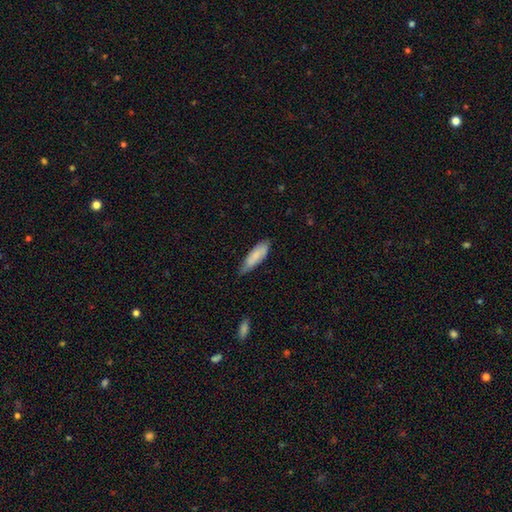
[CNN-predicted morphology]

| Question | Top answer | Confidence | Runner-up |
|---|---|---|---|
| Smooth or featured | smooth | 78% | featured or disk (16%) |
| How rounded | in between | 53% | cigar-shaped (45%) |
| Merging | none | 58% | minor disturbance (35%) |